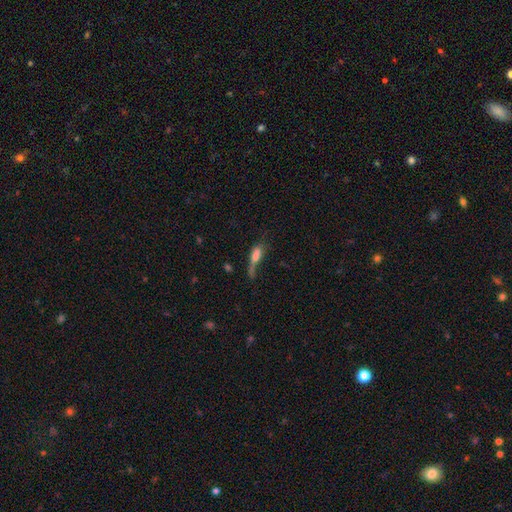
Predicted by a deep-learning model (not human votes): smooth-or-featured: smooth: 62% | featured or disk: 26% | star or artifact: 12%
  how-rounded: cigar-shaped: 48% (tied) | in between: 48% (tied) | round: 4%
  merging: major disturbance: 36% | none: 29% | minor disturbance: 24% | merger: 11%